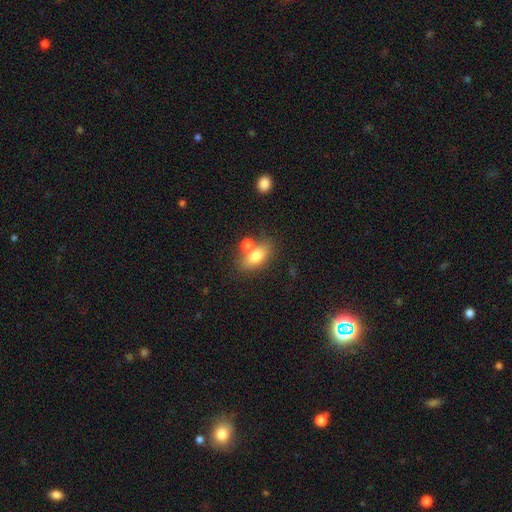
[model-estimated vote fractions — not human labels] Smooth or featured?
  - smooth: 74% *
  - featured or disk: 17%
  - star or artifact: 9%
How rounded?
  - in between: 80% *
  - round: 13%
  - cigar-shaped: 8%
Merging?
  - none: 56% *
  - merger: 27%
  - minor disturbance: 12%
  - major disturbance: 5%